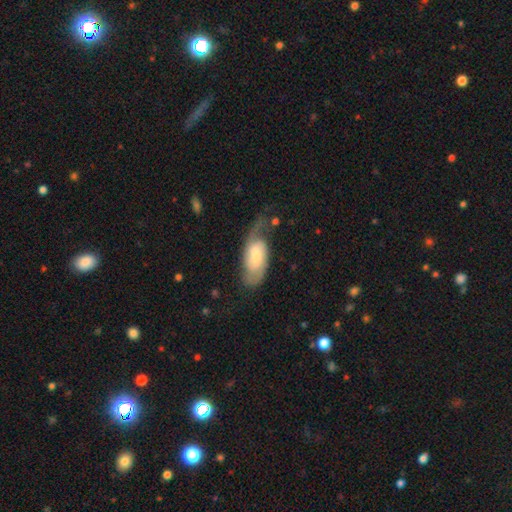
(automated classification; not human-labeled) A featured or disk galaxy (56%) with a weak bar (44%), spiral arms (87%) and a small central bulge (30%, tied with moderate).

Vote fractions:
- Smooth or featured? featured or disk: 56% / smooth: 37% / star or artifact: 7%
- Edge-on disk? no: 93% / yes: 7%
- Bar? weak: 44% / no: 43% / strong: 13%
- Spiral arms? yes: 87% / no: 13%
- Bulge size? small: 30% (tied) / moderate: 30% (tied) / large: 19% / none: 17% / dominant: 4%
- Merging? none: 35% / major disturbance: 33% / minor disturbance: 28% / merger: 4%